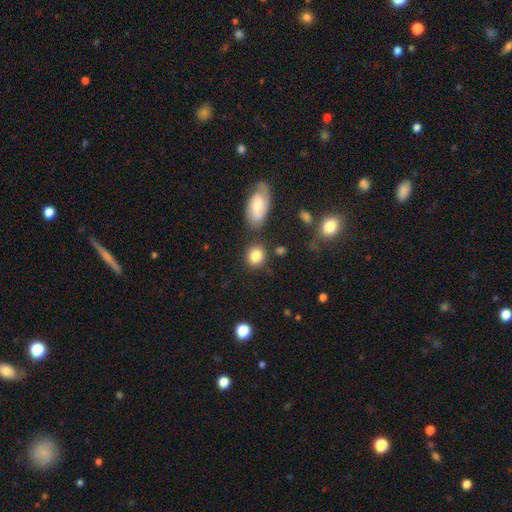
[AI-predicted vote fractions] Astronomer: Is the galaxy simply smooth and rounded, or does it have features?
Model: smooth — 83%.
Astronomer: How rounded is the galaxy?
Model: round — 74%.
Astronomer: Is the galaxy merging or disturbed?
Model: none — 76%.